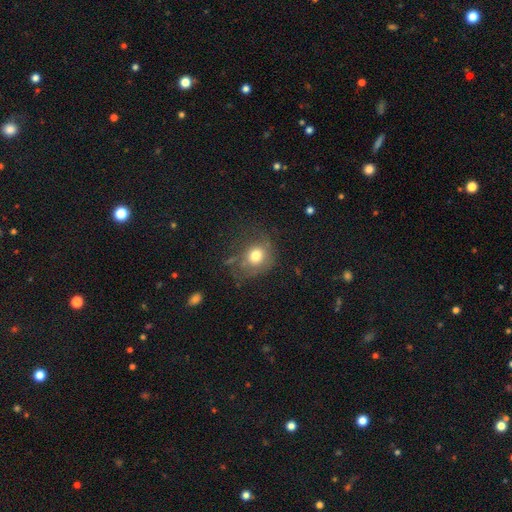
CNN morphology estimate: Smooth or featured?
  - smooth: 70% *
  - featured or disk: 18%
  - star or artifact: 12%
How rounded?
  - round: 73% *
  - in between: 26%
  - cigar-shaped: 1%
Merging?
  - none: 55% *
  - minor disturbance: 24%
  - major disturbance: 17%
  - merger: 3%